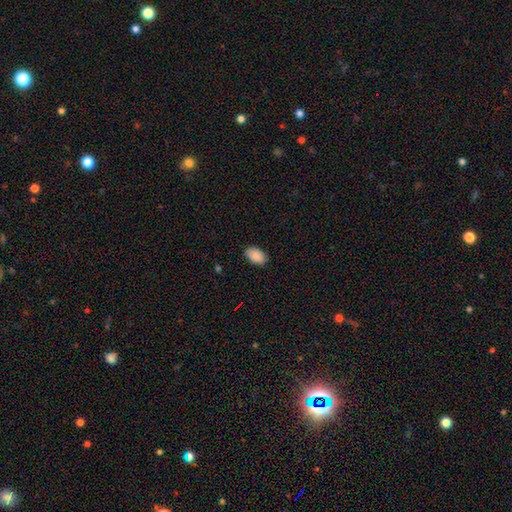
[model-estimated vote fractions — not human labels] smooth-or-featured: smooth: 90% | star or artifact: 7% | featured or disk: 3%
  how-rounded: in between: 93% | round: 6% | cigar-shaped: 1%
  merging: none: 85% | minor disturbance: 11% | major disturbance: 2% | merger: 1%